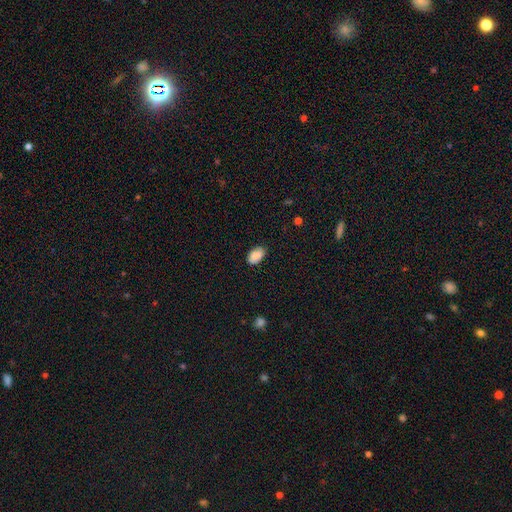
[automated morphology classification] A smooth galaxy with no disk features (84%) that is in between round and cigar-shaped (92%).

Vote fractions:
- Smooth or featured? smooth: 84% / featured or disk: 9% / star or artifact: 7%
- How rounded? in between: 92% / round: 6% / cigar-shaped: 1%
- Merging? none: 81% / minor disturbance: 15% / major disturbance: 3% / merger: 1%